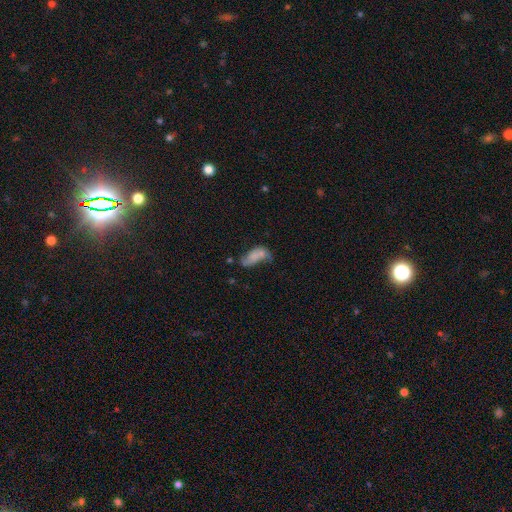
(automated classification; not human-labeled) Smooth or featured? Predicted: smooth (p=0.58). How rounded? Predicted: in between (p=0.84). Merging? Predicted: none (p=0.29).